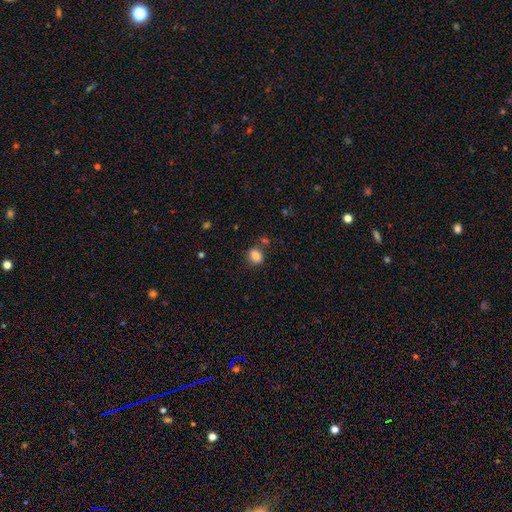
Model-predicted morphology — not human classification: smooth 84%, star or artifact 10%, featured or disk 6%. Down the decision tree: how rounded — in between (54%); merging — none (75%).